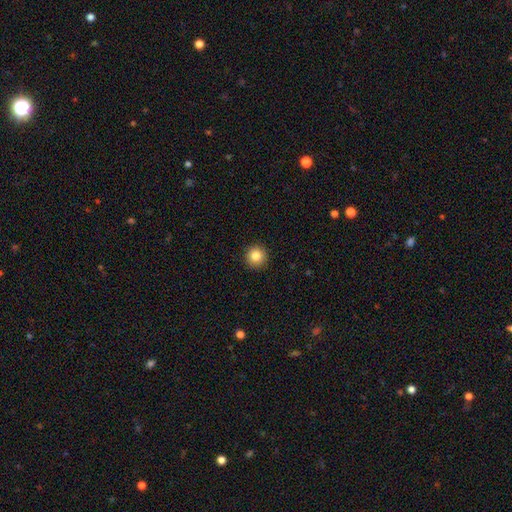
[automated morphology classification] Smooth or featured? Predicted: smooth (p=0.84). How rounded? Predicted: round (p=0.96). Merging? Predicted: none (p=0.93).